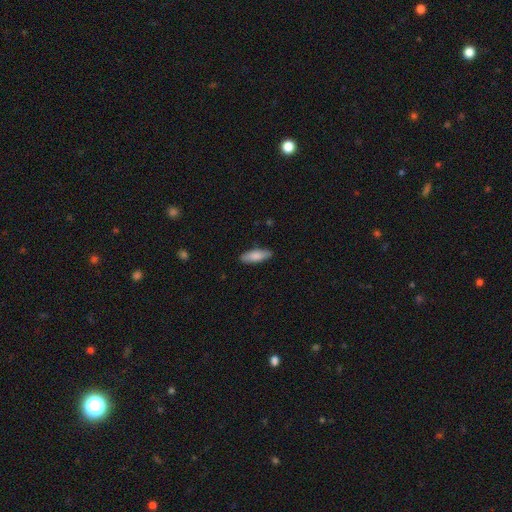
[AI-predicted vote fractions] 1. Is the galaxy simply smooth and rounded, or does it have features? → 82% smooth, 12% featured or disk, 6% star or artifact.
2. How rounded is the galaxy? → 57% in between, 41% cigar-shaped, 2% round.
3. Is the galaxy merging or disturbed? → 87% none, 10% minor disturbance, 2% major disturbance, 1% merger.